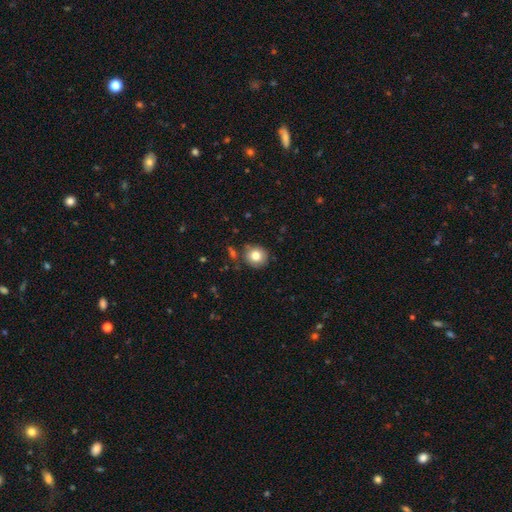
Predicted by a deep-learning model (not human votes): smooth_or_featured: smooth (p=0.80) [alt: star or artifact p=0.10]
how_rounded: round (p=0.90) [alt: in between p=0.09]
merging: none (p=0.82) [alt: minor disturbance p=0.10]